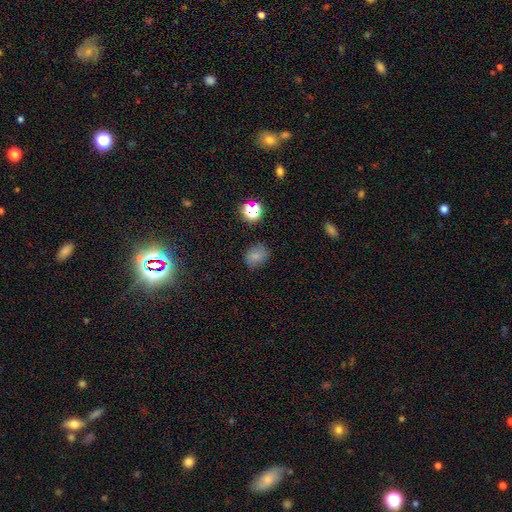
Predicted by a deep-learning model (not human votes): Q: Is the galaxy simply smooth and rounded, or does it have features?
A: smooth — 74%.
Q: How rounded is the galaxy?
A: in between — 52%.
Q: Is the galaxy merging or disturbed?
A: none — 77%.